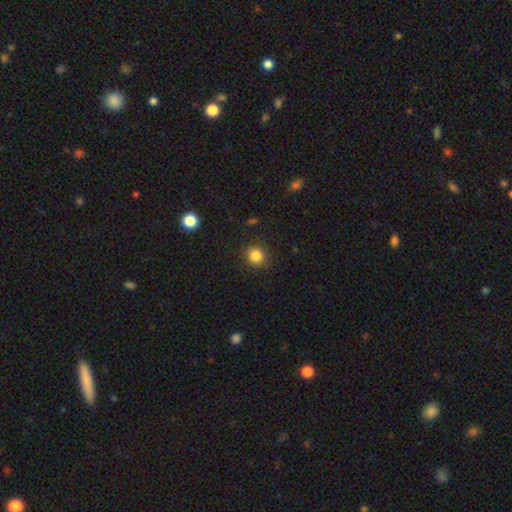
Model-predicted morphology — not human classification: This appears to be a smooth galaxy with no disk features (85%) that is round (87%). Merging: none (88%).